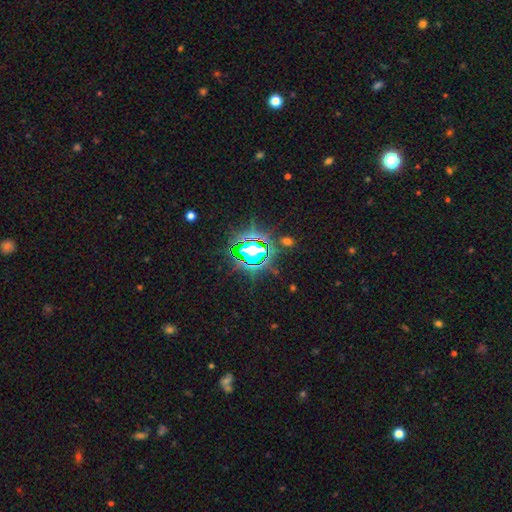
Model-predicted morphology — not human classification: A star or artifact, not a galaxy (74%).